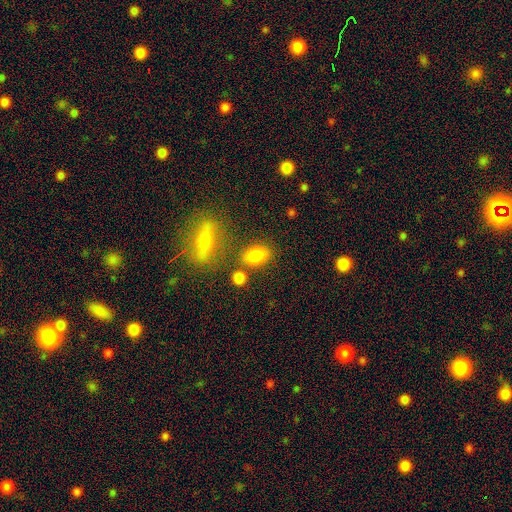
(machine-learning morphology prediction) Overall: smooth (79%). How rounded: in between (83%). Merging: none (74%).